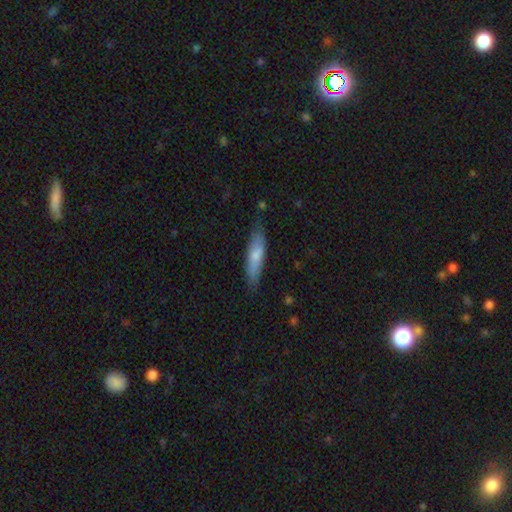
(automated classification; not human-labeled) This appears to be a smooth galaxy with no disk features (70%) that is cigar-shaped (75%). Merging: none (77%).